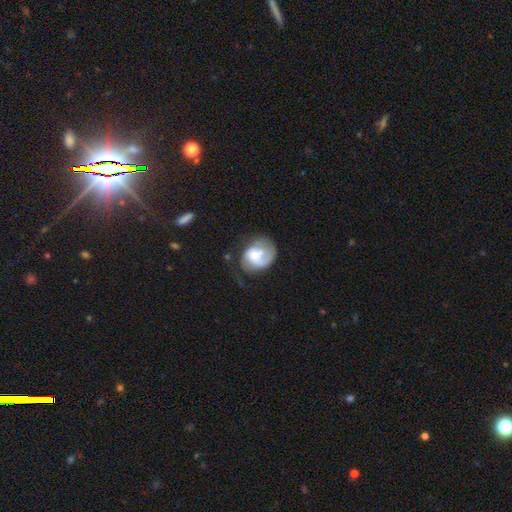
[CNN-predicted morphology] Smooth or featured: featured or disk — 58% (smooth — 35%)
Edge-on disk: no — 98% (yes — 2%)
Bar: no — 66% (weak — 28%)
Spiral arms: yes — 79% (no — 21%)
Bulge size: moderate — 47% (small — 34%)
Merging: none — 41% (major disturbance — 27%)